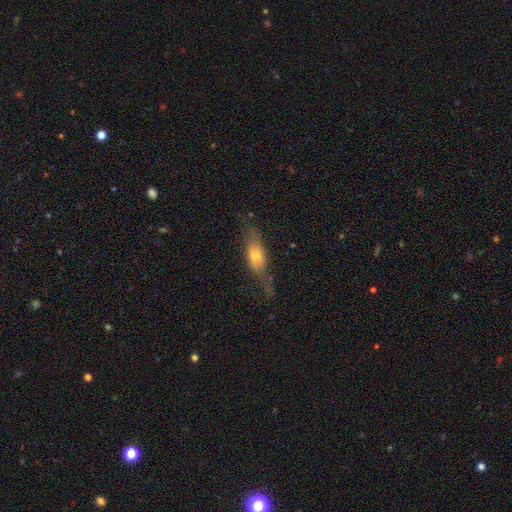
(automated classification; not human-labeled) smooth_or_featured: smooth (p=0.49) [alt: featured or disk p=0.42]
merging: none (p=0.53) [alt: minor disturbance p=0.25]